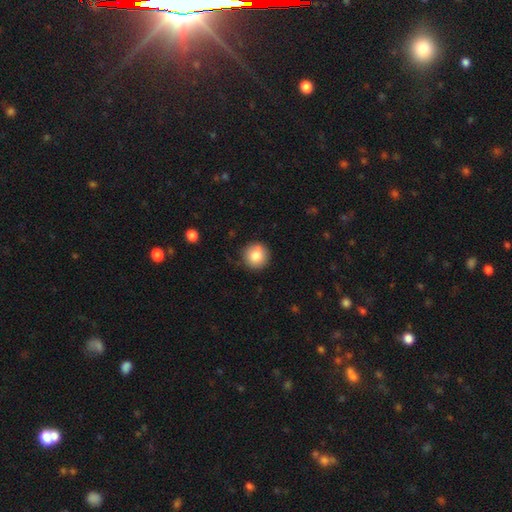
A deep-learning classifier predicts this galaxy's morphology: Smooth or featured? smooth (83%)
How rounded? round (95%)
Merging? none (87%)